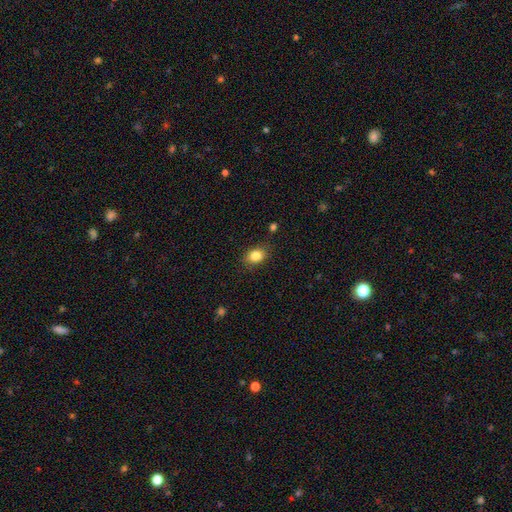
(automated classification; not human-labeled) smooth-or-featured: smooth: 83% | star or artifact: 10% | featured or disk: 7%
  how-rounded: in between: 66% | round: 33% | cigar-shaped: 1%
  merging: none: 83% | minor disturbance: 12% | major disturbance: 3% | merger: 2%